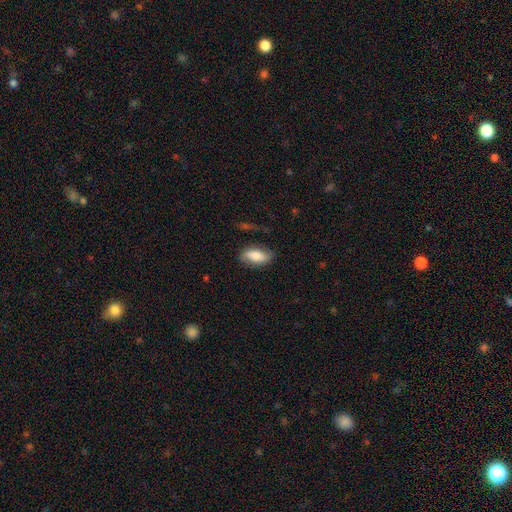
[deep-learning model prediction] This appears to be a smooth galaxy with no disk features (69%) that is in between round and cigar-shaped (88%). Merging: none (68%).